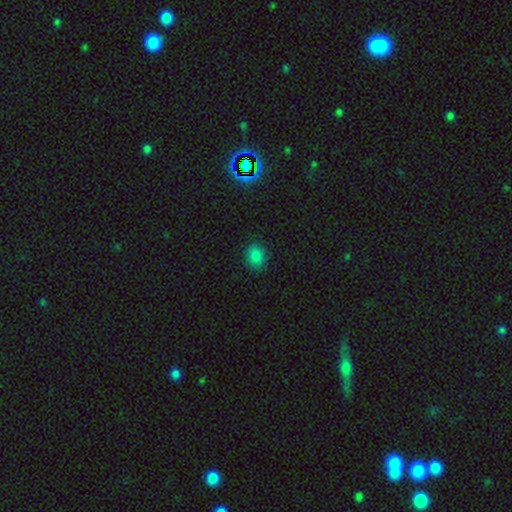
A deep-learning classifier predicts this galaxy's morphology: This appears to be a smooth galaxy with no disk features (83%) that is round (51%). Merging: none (87%).